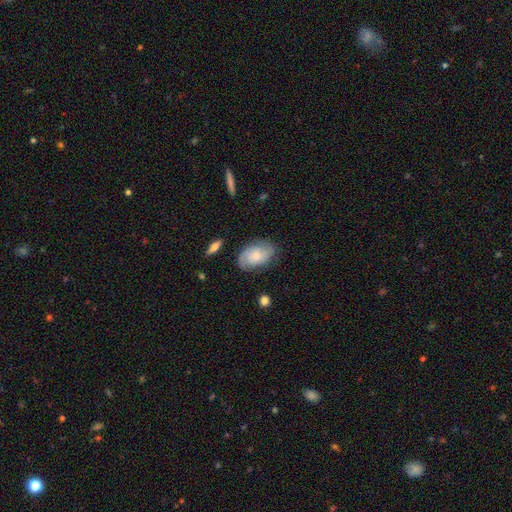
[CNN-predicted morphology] Smooth or featured?
  - featured or disk: 47% *
  - smooth: 46%
  - star or artifact: 7%
Merging?
  - none: 73% *
  - minor disturbance: 20%
  - major disturbance: 6%
  - merger: 2%